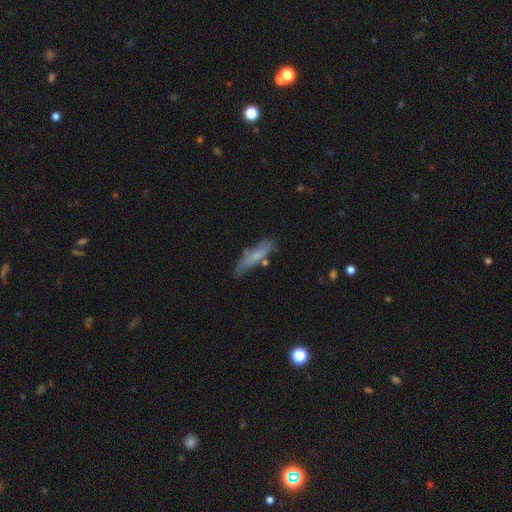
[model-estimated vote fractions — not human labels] smooth_or_featured: smooth (p=0.65) [alt: featured or disk p=0.28]
how_rounded: cigar-shaped (p=0.80) [alt: in between p=0.18]
merging: none (p=0.68) [alt: minor disturbance p=0.21]